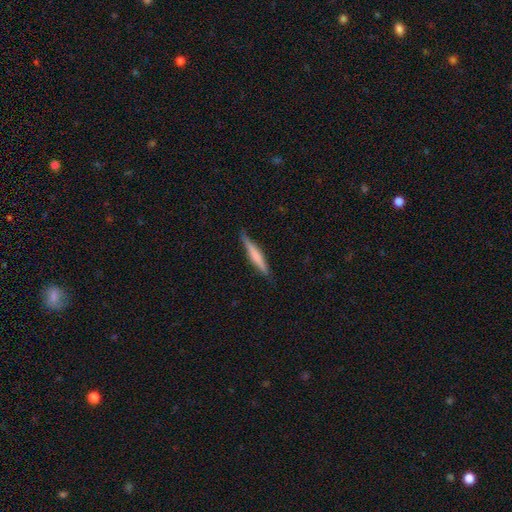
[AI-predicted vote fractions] smooth 56%, featured or disk 38%, star or artifact 6%. Down the decision tree: how rounded — cigar-shaped (94%); merging — none (87%).